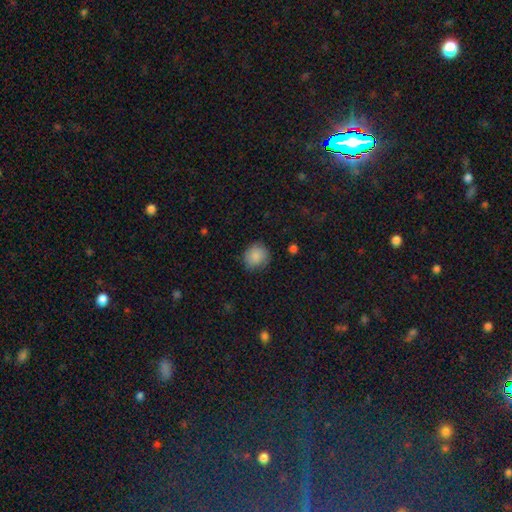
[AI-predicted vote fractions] Overall: smooth (85%). How rounded: round (82%). Merging: none (79%).